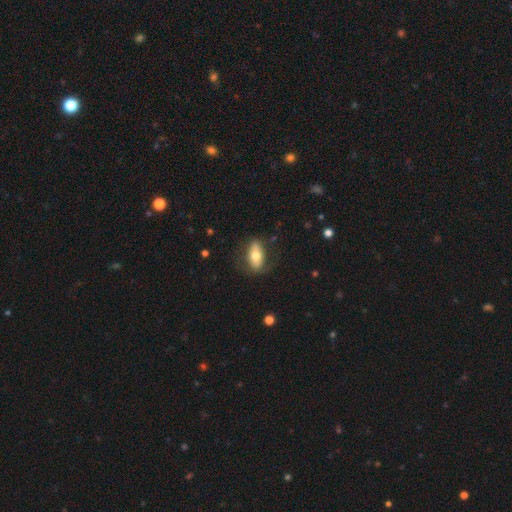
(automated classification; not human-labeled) A smooth galaxy with no disk features (64%) that is in between round and cigar-shaped (84%). Merging: none (75%).